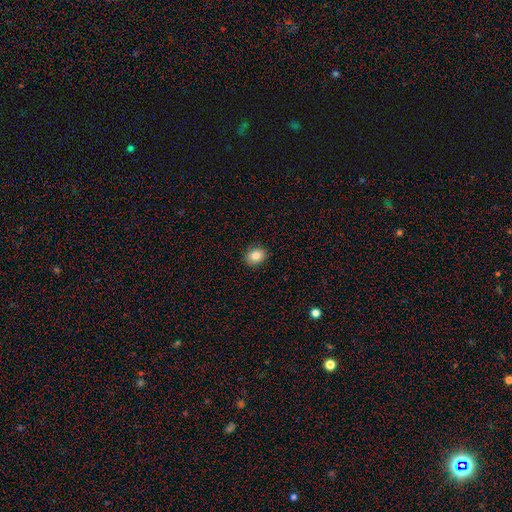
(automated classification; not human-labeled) Overall: smooth (84%). How rounded: round (50%; in between 49%). Merging: none (89%).